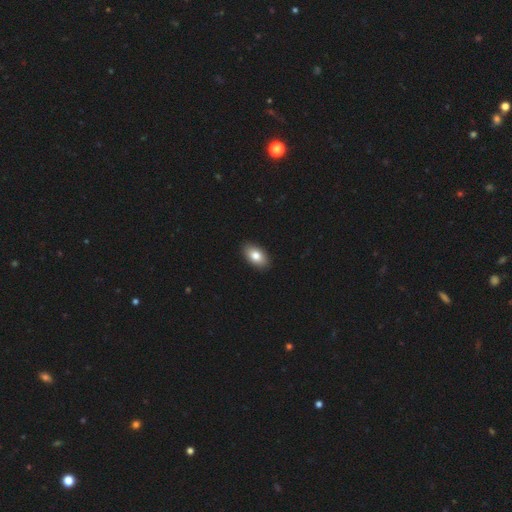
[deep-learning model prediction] smooth_or_featured: smooth (p=0.82) [alt: featured or disk p=0.11]
how_rounded: in between (p=0.93) [alt: round p=0.05]
merging: none (p=0.91) [alt: minor disturbance p=0.06]